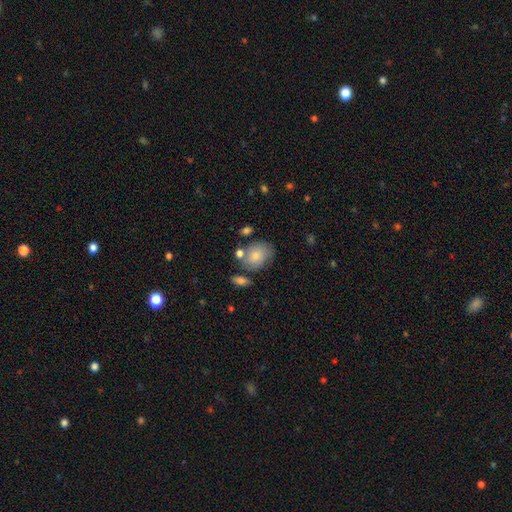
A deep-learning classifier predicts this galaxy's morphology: A smooth galaxy with no disk features (76%) that is in between round and cigar-shaped (52%). Merging: none (58%).